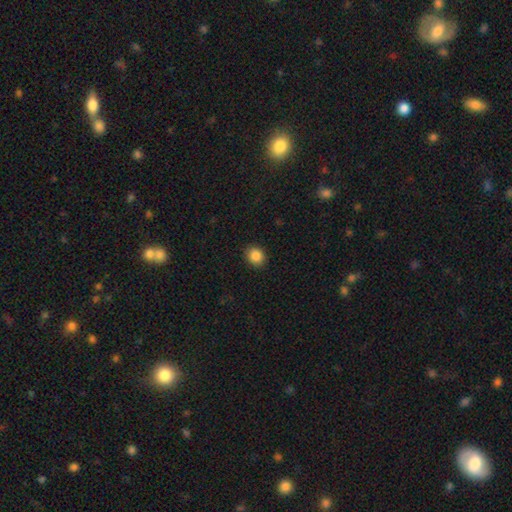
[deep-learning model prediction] Overall: smooth (87%). How rounded: round (68%; in between 31%). Merging: none (90%).